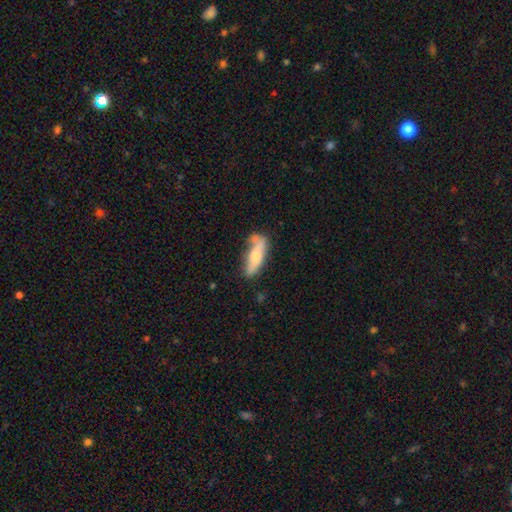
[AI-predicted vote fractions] Q: Smooth or featured?
A: smooth (53%); runner-up: featured or disk (41%)
Q: How rounded?
A: cigar-shaped (49%); runner-up: in between (48%)
Q: Merging?
A: none (54%); runner-up: minor disturbance (25%)